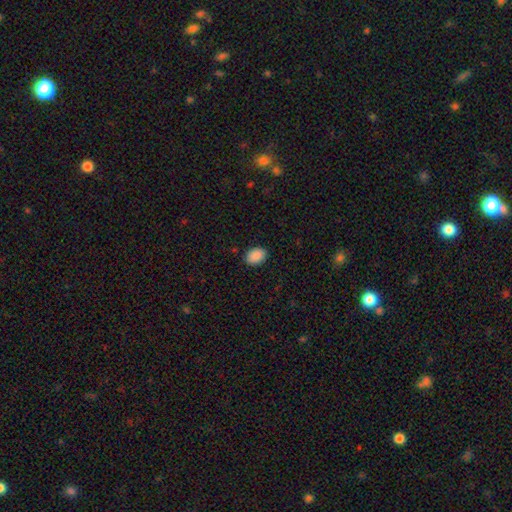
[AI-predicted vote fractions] smooth-or-featured: smooth: 90% | star or artifact: 7% | featured or disk: 3%
  how-rounded: in between: 78% | round: 21% | cigar-shaped: 1%
  merging: none: 88% | minor disturbance: 9% | major disturbance: 2% | merger: 1%